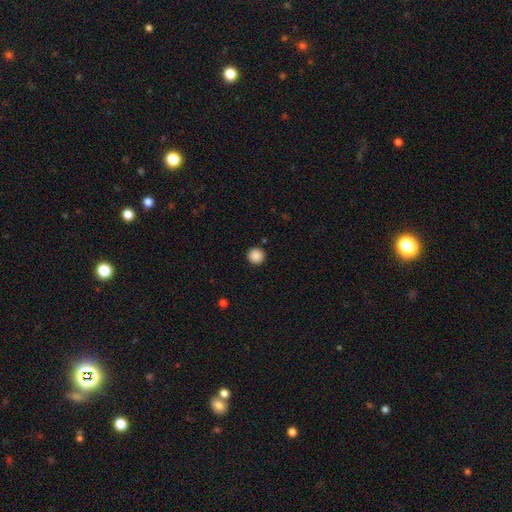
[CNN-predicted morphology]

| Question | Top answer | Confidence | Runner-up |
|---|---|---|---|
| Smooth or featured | smooth | 88% | star or artifact (10%) |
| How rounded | round | 95% | in between (4%) |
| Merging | none | 92% | minor disturbance (5%) |